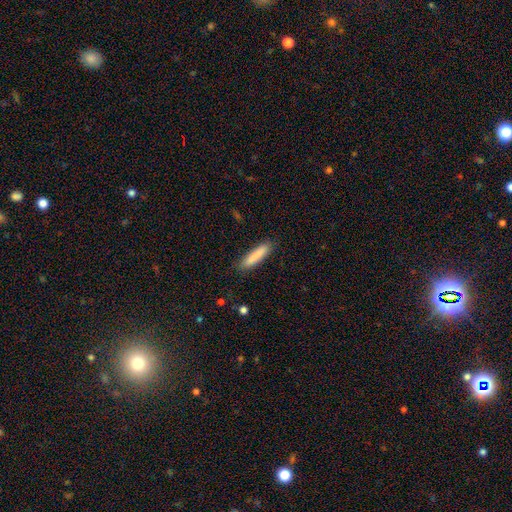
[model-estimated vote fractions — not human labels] A smooth galaxy with no disk features (85%) that is cigar-shaped (83%).

Vote fractions:
- Smooth or featured? smooth: 85% / featured or disk: 8% / star or artifact: 6%
- How rounded? cigar-shaped: 83% / in between: 15% / round: 1%
- Merging? none: 88% / minor disturbance: 9% / major disturbance: 2% / merger: 1%